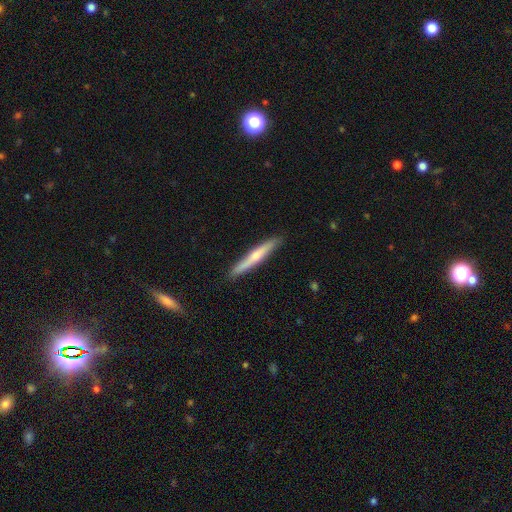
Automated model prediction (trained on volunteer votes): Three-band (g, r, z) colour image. It shows a featured or disk galaxy (59%) viewed edge-on (96%) with a rounded central bulge (76%). Merging: none (89%).